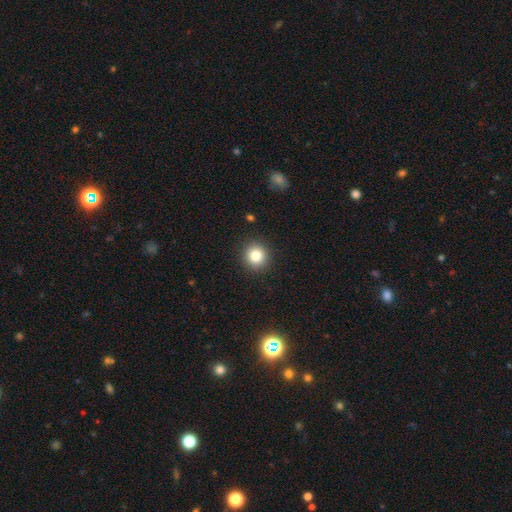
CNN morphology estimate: This is clearly a smooth galaxy (82%). How rounded: clearly round (92%). Merging: clearly none (91%).